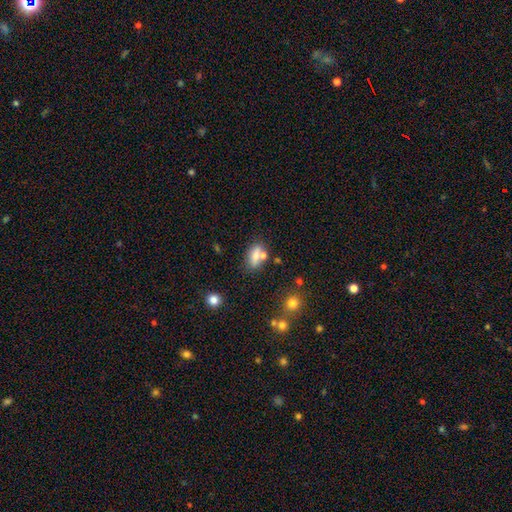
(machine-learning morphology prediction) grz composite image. It shows a smooth galaxy with no disk features (72%) that is in between round and cigar-shaped (78%). Merging: none (57%).